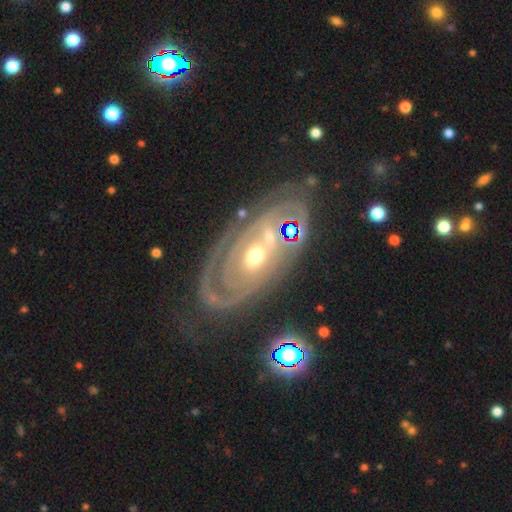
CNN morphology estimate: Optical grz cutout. It shows a featured or disk galaxy (76%) with no bar (72%), spiral arms (66%) and a moderate central bulge (66%). Merging: none (51%).